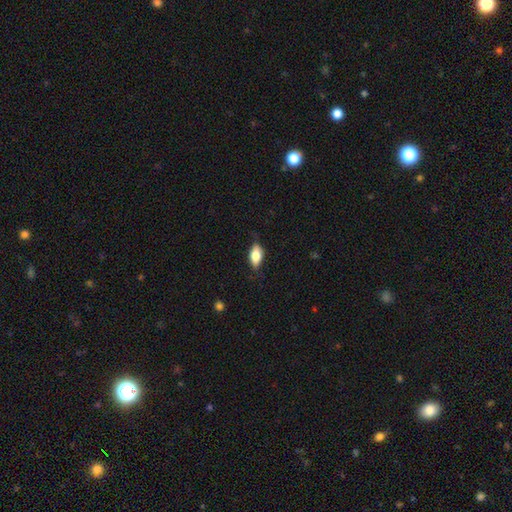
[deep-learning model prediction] smooth 73%, featured or disk 20%, star or artifact 7%. Down the decision tree: how rounded — in between (88%); merging — none (76%).